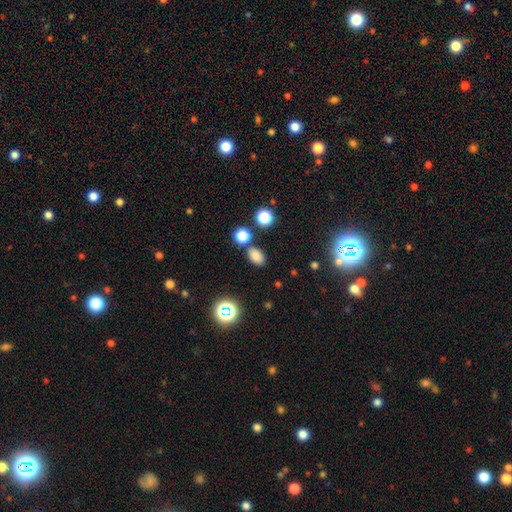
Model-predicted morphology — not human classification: type=smooth (79%); roundness=in between (82%); merging=none (76%).